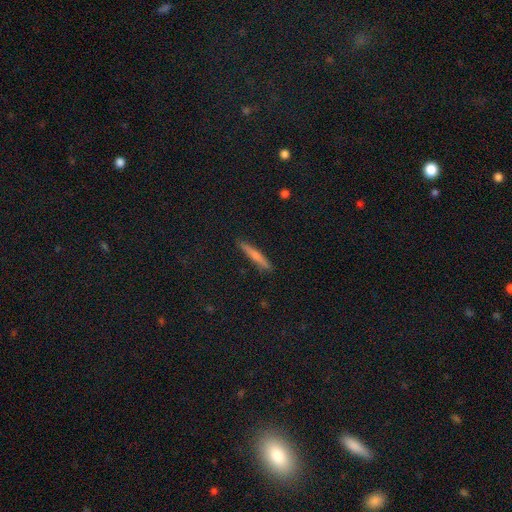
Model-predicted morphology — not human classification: This appears to be a smooth galaxy with no disk features (67%) that is cigar-shaped (94%). Merging: none (89%).